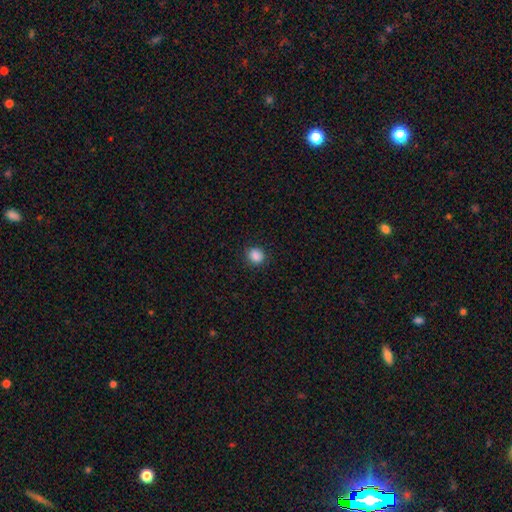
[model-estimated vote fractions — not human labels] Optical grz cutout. It shows a smooth galaxy with no disk features (88%) that is round (81%). Merging: none (89%).